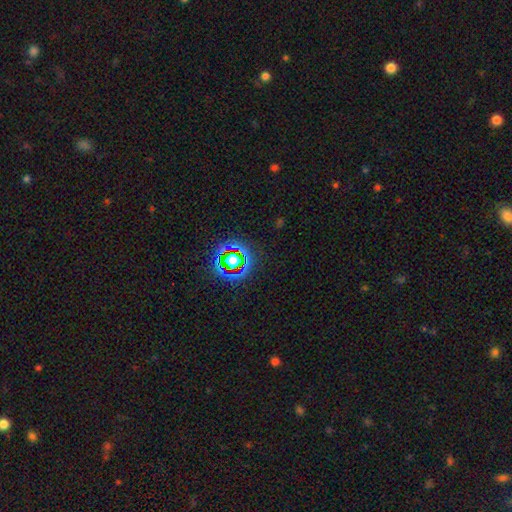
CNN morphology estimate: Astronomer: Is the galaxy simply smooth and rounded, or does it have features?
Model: star or artifact — 65%.